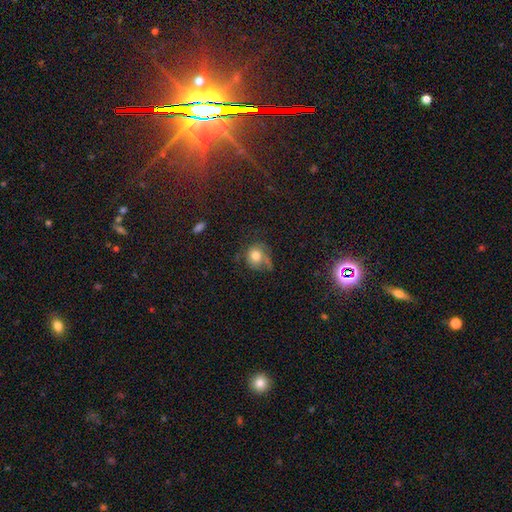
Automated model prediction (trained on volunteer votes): Q: Smooth or featured?
A: smooth (65%); runner-up: featured or disk (24%)
Q: How rounded?
A: round (75%); runner-up: in between (24%)
Q: Merging?
A: none (45%); runner-up: minor disturbance (27%)